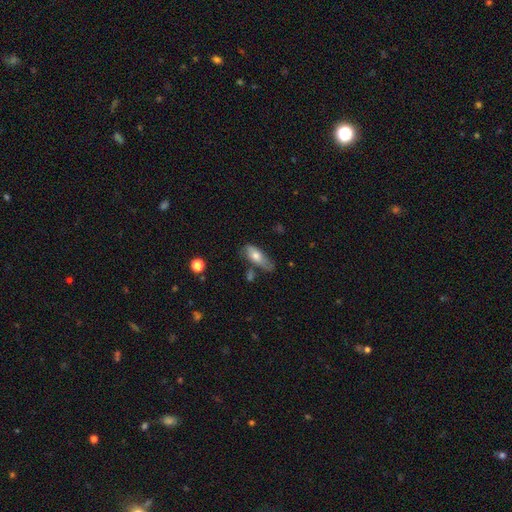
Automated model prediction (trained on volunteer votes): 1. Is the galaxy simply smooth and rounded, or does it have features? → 66% smooth, 27% featured or disk, 7% star or artifact.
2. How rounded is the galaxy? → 74% in between, 23% cigar-shaped, 3% round.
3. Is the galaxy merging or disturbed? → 50% none, 31% minor disturbance, 12% major disturbance, 8% merger.